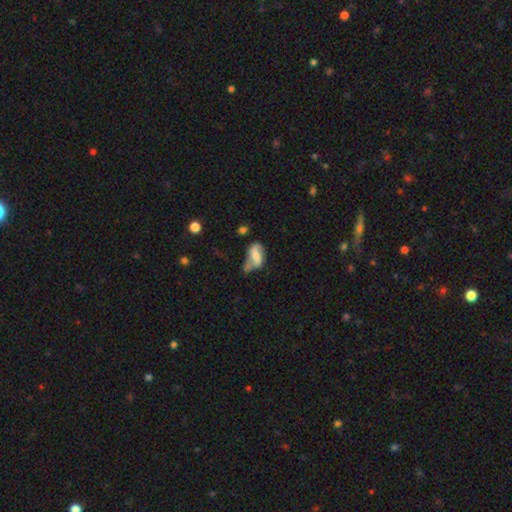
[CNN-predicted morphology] Smooth or featured? featured or disk (49%)
Merging? minor disturbance (31%, tied with none)